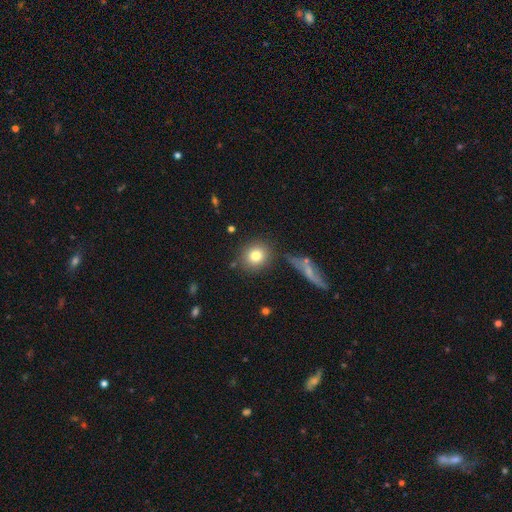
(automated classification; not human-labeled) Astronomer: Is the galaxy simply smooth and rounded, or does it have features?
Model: smooth — 80%.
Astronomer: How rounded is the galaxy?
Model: round — 86%.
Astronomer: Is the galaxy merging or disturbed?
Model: none — 81%.